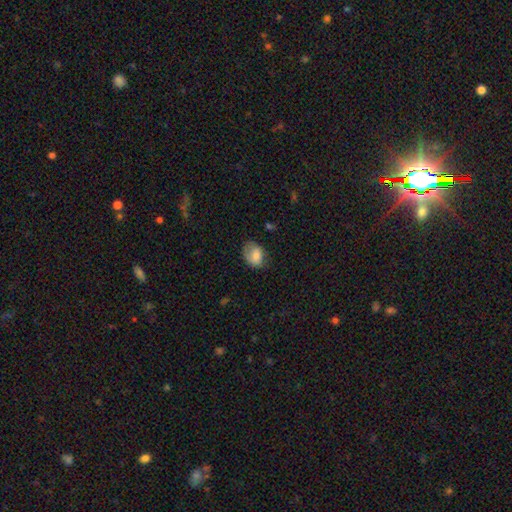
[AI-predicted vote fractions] Smooth or featured: smooth — 77% (featured or disk — 15%)
How rounded: in between — 72% (round — 27%)
Merging: none — 55% (minor disturbance — 31%)